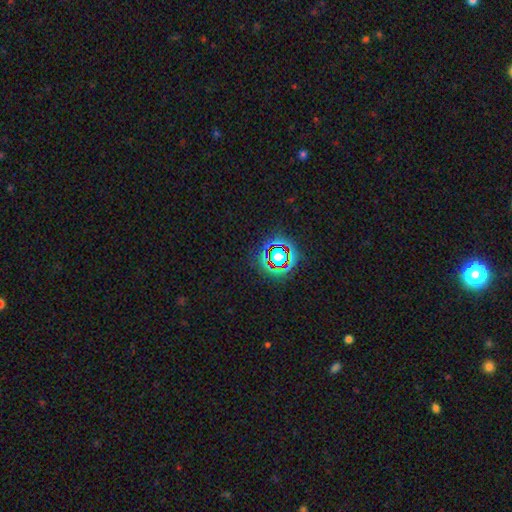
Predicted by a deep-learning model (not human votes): smooth_or_featured: star or artifact (p=0.60) [alt: smooth p=0.25]